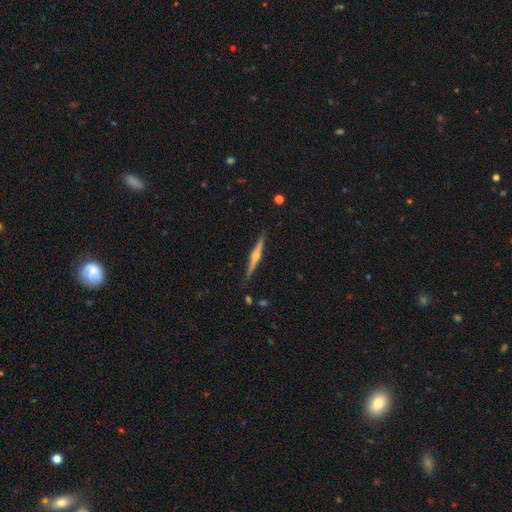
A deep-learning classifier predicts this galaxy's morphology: Smooth or featured?
  - featured or disk: 77% *
  - smooth: 17%
  - star or artifact: 6%
Edge-on disk?
  - yes: 98% *
  - no: 2%
Edge-on bulge?
  - rounded: 90% *
  - boxy: 5%
  - none: 5%
Merging?
  - none: 87% *
  - minor disturbance: 9%
  - major disturbance: 2%
  - merger: 1%